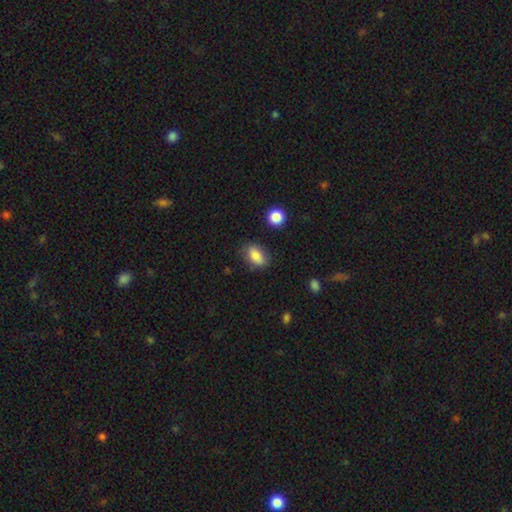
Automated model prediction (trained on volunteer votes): Smooth or featured: smooth — 84% (star or artifact — 8%)
How rounded: in between — 87% (round — 10%)
Merging: none — 78% (minor disturbance — 16%)